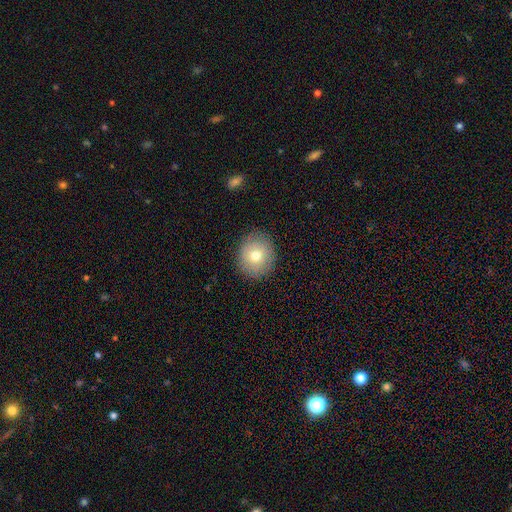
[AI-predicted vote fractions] The model was most divided on "smooth or featured": smooth: 74%, featured or disk: 16%, star or artifact: 10%. More confident: merging — none (88%); how rounded — round (83%).